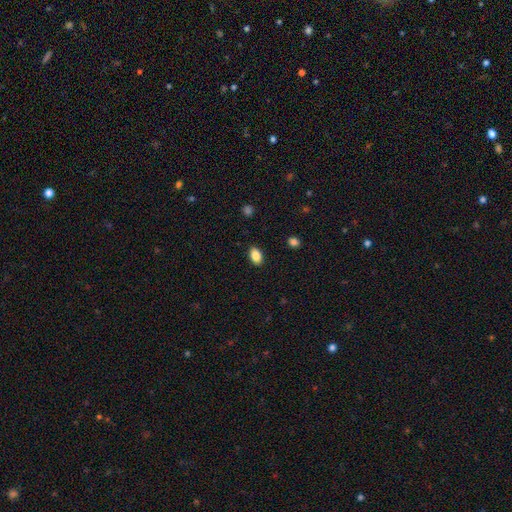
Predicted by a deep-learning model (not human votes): Q: Smooth or featured?
A: smooth (87%); runner-up: star or artifact (8%)
Q: How rounded?
A: in between (89%); runner-up: round (10%)
Q: Merging?
A: none (89%); runner-up: minor disturbance (8%)